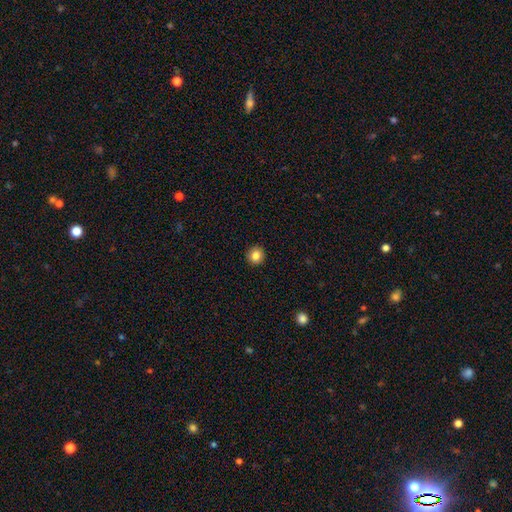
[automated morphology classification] Smooth or featured?
  - smooth: 84% *
  - star or artifact: 10%
  - featured or disk: 6%
How rounded?
  - round: 92% *
  - in between: 7%
  - cigar-shaped: 1%
Merging?
  - none: 92% *
  - minor disturbance: 5%
  - major disturbance: 2%
  - merger: 1%